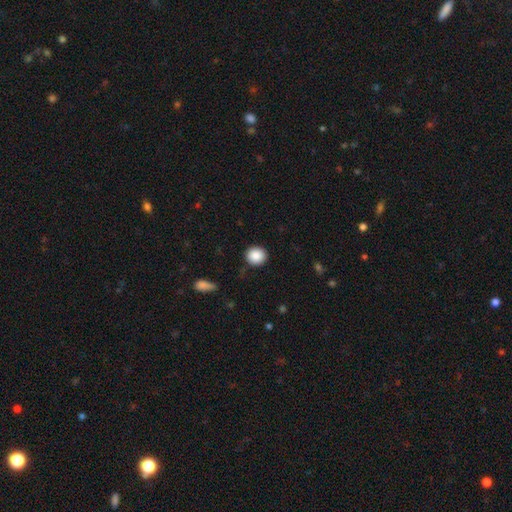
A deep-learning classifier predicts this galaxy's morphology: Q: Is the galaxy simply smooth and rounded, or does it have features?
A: smooth — 89%.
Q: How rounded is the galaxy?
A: round — 88%.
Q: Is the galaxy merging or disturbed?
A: none — 89%.